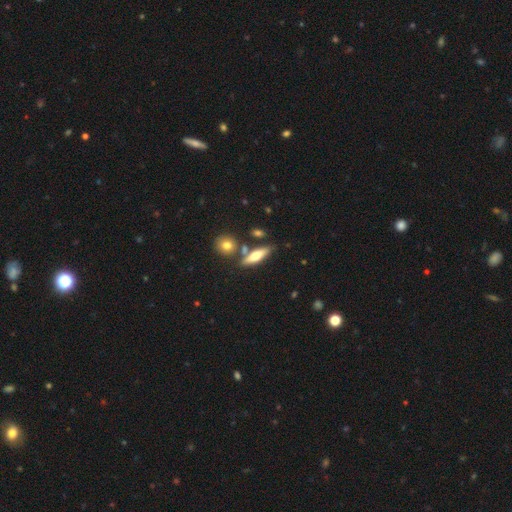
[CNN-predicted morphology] smooth_or_featured: smooth (p=0.55) [alt: featured or disk p=0.38]
how_rounded: cigar-shaped (p=0.56) [alt: in between p=0.40]
merging: none (p=0.70) [alt: merger p=0.14]